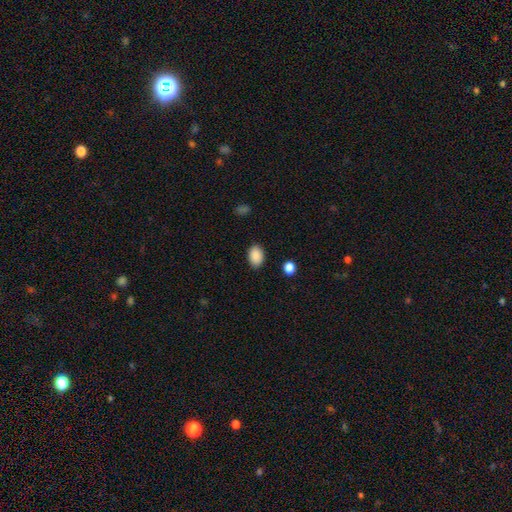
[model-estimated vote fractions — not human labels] The model was most divided on "how rounded": in between: 84%, round: 15%, cigar-shaped: 1%. More confident: smooth or featured — smooth (90%); merging — none (87%).